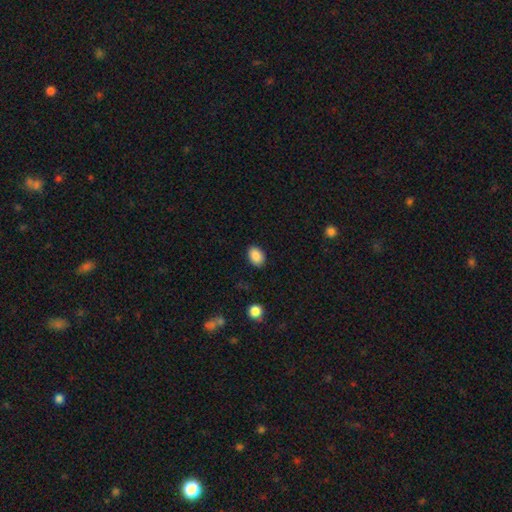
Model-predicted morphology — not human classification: smooth_or_featured: smooth (p=0.89) [alt: star or artifact p=0.08]
how_rounded: in between (p=0.78) [alt: round p=0.21]
merging: none (p=0.88) [alt: minor disturbance p=0.09]